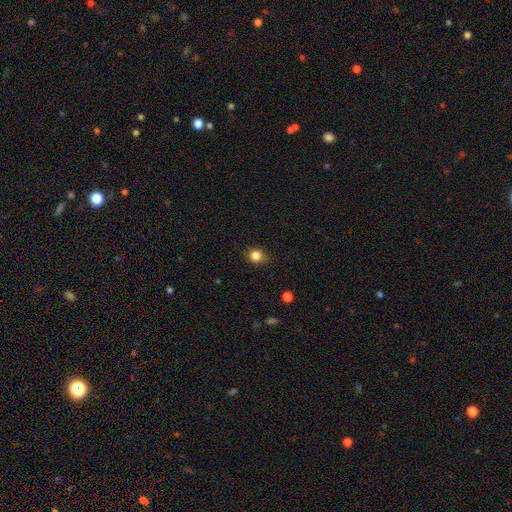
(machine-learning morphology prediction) smooth 83%, star or artifact 12%, featured or disk 5%. Down the decision tree: how rounded — round (77%); merging — none (81%).